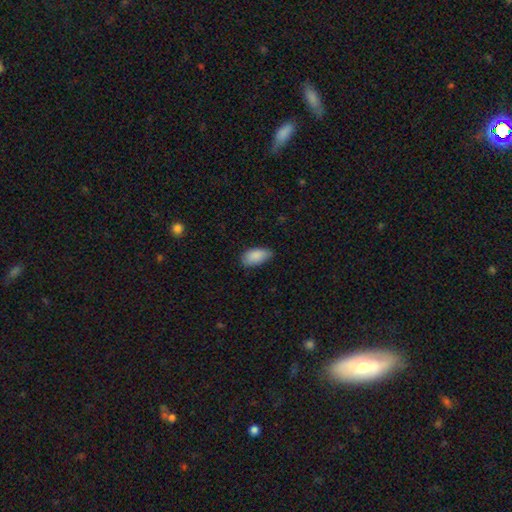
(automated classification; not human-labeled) Smooth or featured?
  - smooth: 89% *
  - star or artifact: 6%
  - featured or disk: 5%
How rounded?
  - in between: 94% *
  - cigar-shaped: 3%
  - round: 2%
Merging?
  - none: 75% *
  - minor disturbance: 21%
  - major disturbance: 3%
  - merger: 1%